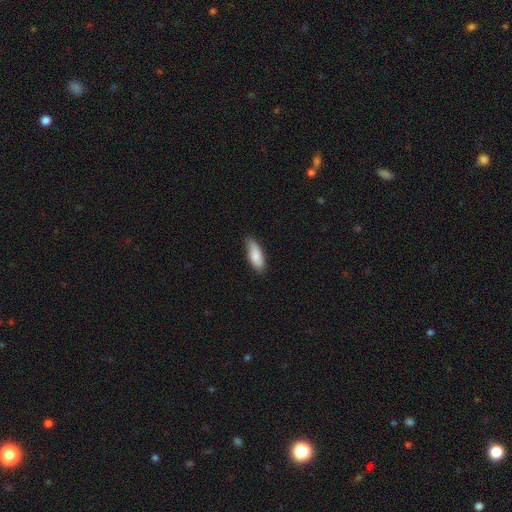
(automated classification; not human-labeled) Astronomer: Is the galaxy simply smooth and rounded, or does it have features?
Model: smooth — 82%.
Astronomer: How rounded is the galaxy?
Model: in between — 73%.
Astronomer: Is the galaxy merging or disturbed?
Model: none — 75%.